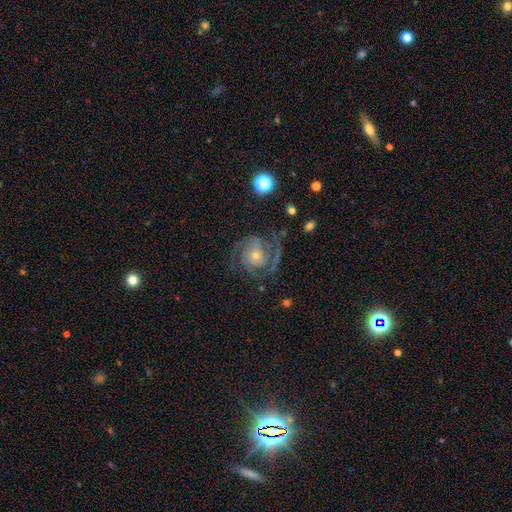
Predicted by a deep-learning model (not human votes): A featured or disk galaxy (89%) with no bar (71%), 2 (66%) tight (47%) spiral arms (98%) and a small central bulge (64%). Merging: none (73%).